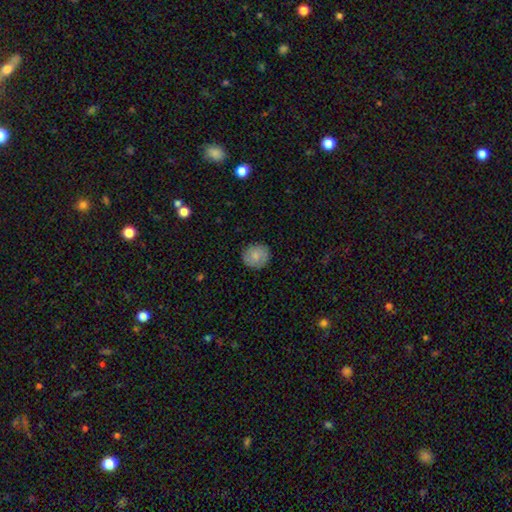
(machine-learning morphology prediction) smooth 79%, featured or disk 14%, star or artifact 7%. Down the decision tree: how rounded — round (86%); merging — none (86%).